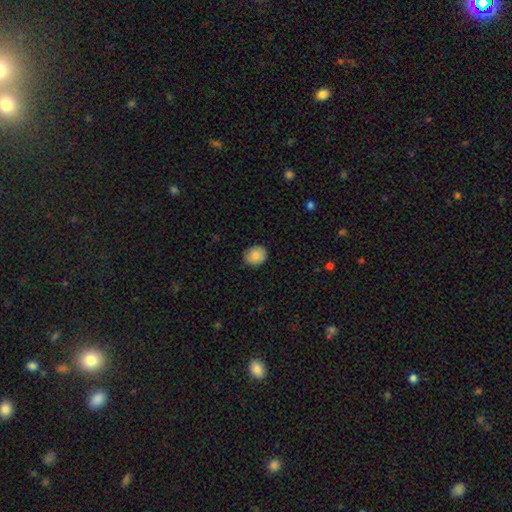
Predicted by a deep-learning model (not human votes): This is clearly a smooth galaxy (85%). How rounded: likely round (63%). Merging: clearly none (86%).